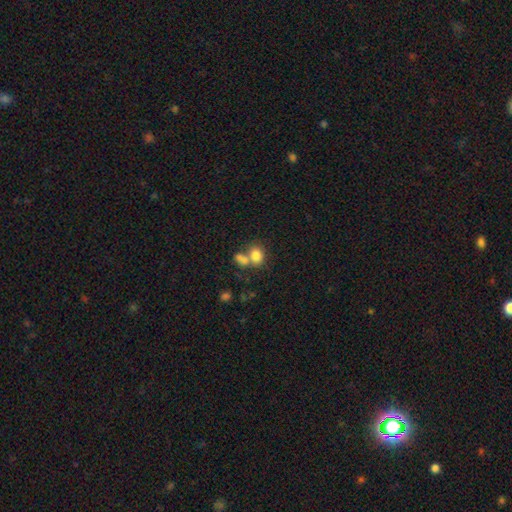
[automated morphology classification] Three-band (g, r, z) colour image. It shows a smooth galaxy with no disk features (79%) that is in between round and cigar-shaped (57%). Merging: merger (46%).